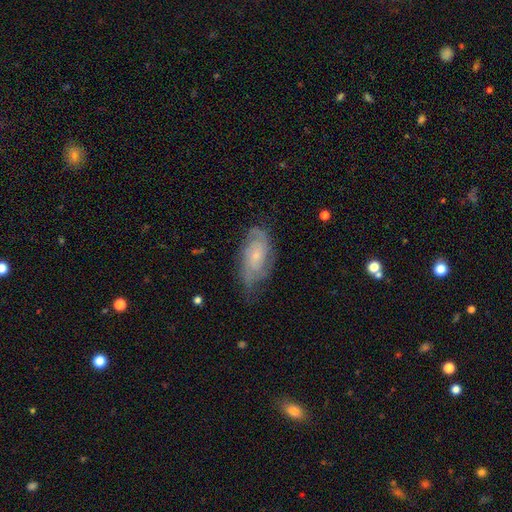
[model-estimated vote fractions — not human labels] Q: Smooth or featured?
A: featured or disk (75%); runner-up: smooth (18%)
Q: Edge-on disk?
A: no (95%); runner-up: yes (5%)
Q: Bar?
A: no (70%); runner-up: weak (26%)
Q: Spiral arms?
A: yes (93%); runner-up: no (7%)
Q: Spiral winding?
A: tight (51%); runner-up: medium (37%)
Q: Spiral arm count?
A: 2 (37%); runner-up: can't tell (31%)
Q: Bulge size?
A: small (68%); runner-up: moderate (23%)
Q: Merging?
A: none (63%); runner-up: minor disturbance (26%)